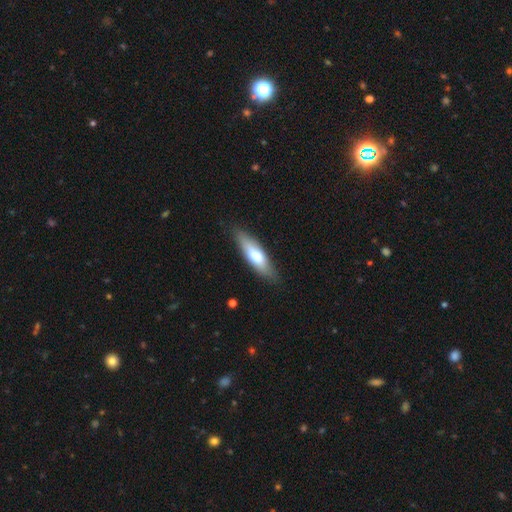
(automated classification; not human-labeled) Smooth or featured? smooth (63%)
How rounded? cigar-shaped (58%)
Merging? none (84%)